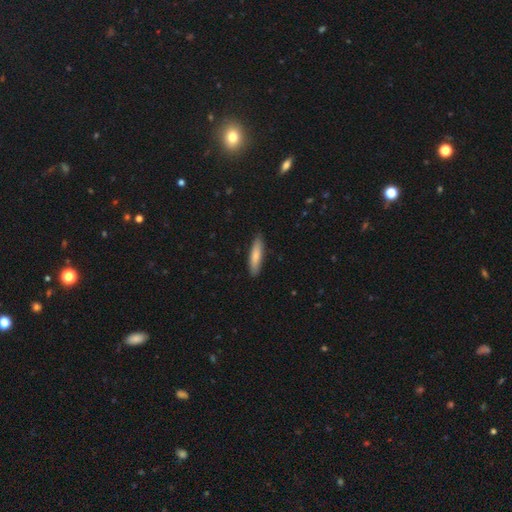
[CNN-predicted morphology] Smooth or featured: smooth — 80% (featured or disk — 15%)
How rounded: cigar-shaped — 77% (in between — 22%)
Merging: none — 88% (minor disturbance — 10%)